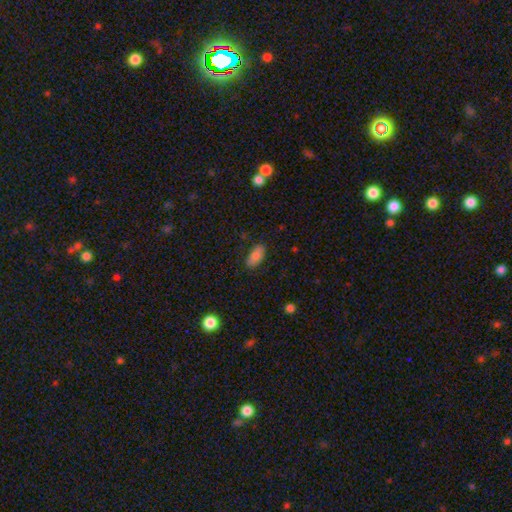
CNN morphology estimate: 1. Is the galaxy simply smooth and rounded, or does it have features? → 83% smooth, 10% featured or disk, 8% star or artifact.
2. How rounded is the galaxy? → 89% in between, 8% cigar-shaped, 3% round.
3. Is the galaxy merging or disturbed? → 82% none, 14% minor disturbance, 3% major disturbance, 1% merger.